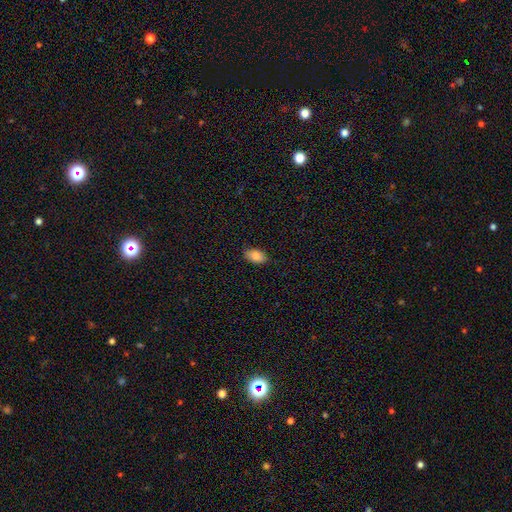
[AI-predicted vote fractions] Smooth or featured? Predicted: smooth (p=0.85). How rounded? Predicted: in between (p=0.92). Merging? Predicted: none (p=0.86).